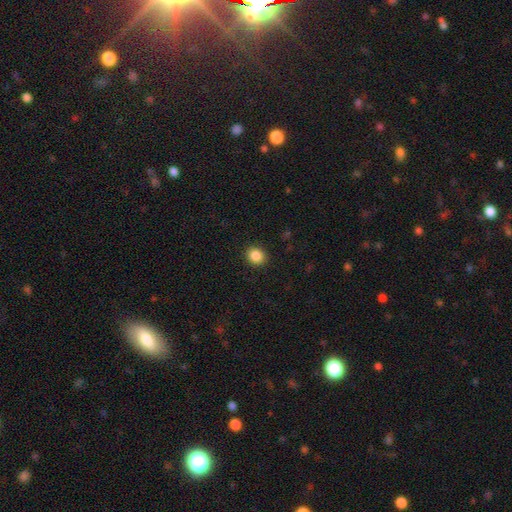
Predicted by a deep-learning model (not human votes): smooth_or_featured: smooth (p=0.87) [alt: star or artifact p=0.10]
how_rounded: round (p=0.73) [alt: in between p=0.26]
merging: none (p=0.91) [alt: minor disturbance p=0.06]